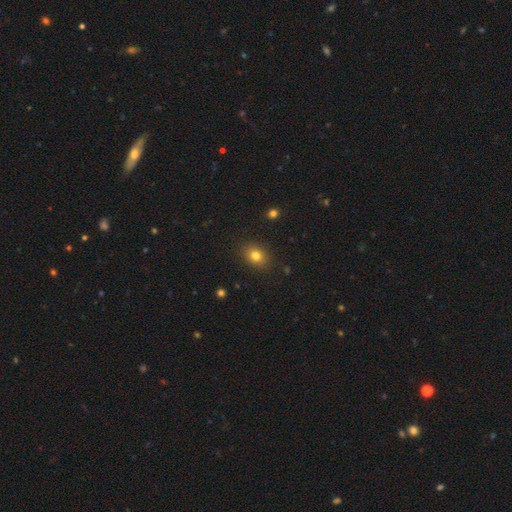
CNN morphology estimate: A smooth galaxy with no disk features (79%) that is in between round and cigar-shaped (60%).

Vote fractions:
- Smooth or featured? smooth: 79% / star or artifact: 12% / featured or disk: 9%
- How rounded? in between: 60% / round: 39% / cigar-shaped: 1%
- Merging? none: 87% / minor disturbance: 9% / major disturbance: 2% / merger: 1%